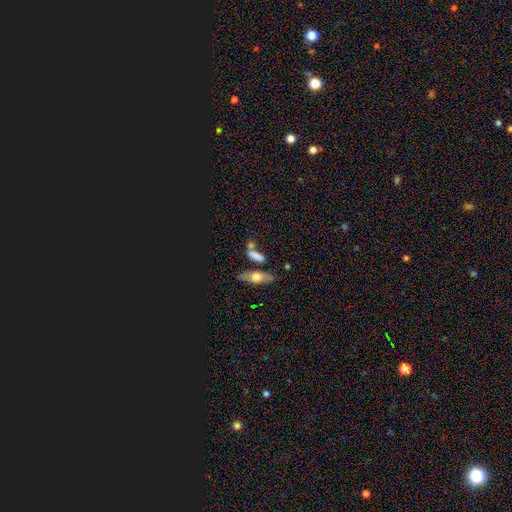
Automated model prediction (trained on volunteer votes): smooth 66%, featured or disk 21%, star or artifact 12%. Down the decision tree: how rounded — in between (49%); merging — none (56%).